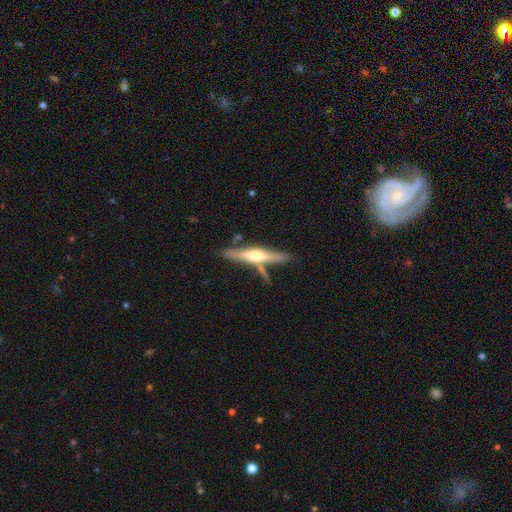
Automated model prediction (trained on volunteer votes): A featured or disk galaxy (63%) viewed edge-on (96%) with a rounded central bulge (89%). Merging: none (71%).